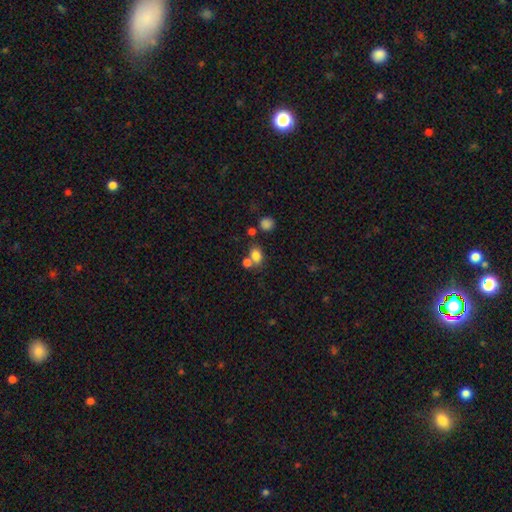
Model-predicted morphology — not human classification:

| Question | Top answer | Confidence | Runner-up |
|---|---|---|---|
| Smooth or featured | smooth | 80% | star or artifact (12%) |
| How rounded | in between | 59% | round (39%) |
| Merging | none | 50% | merger (35%) |